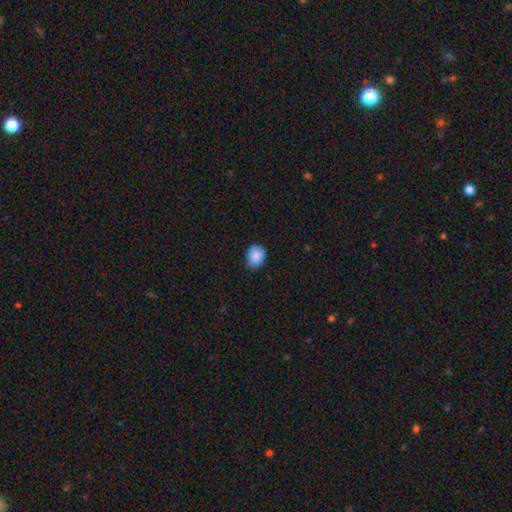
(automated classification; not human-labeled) The model was most divided on "how rounded": round: 53%, in between: 46%, cigar-shaped: 1%. More confident: smooth or featured — smooth (88%); merging — none (74%).